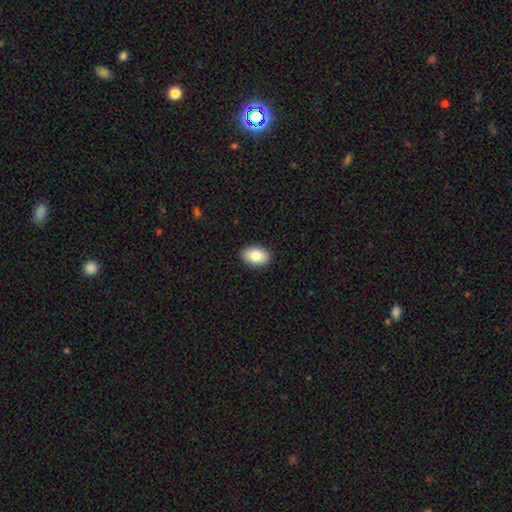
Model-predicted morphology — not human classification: Smooth or featured: smooth — 84% (featured or disk — 9%)
How rounded: in between — 88% (round — 11%)
Merging: none — 91% (minor disturbance — 7%)